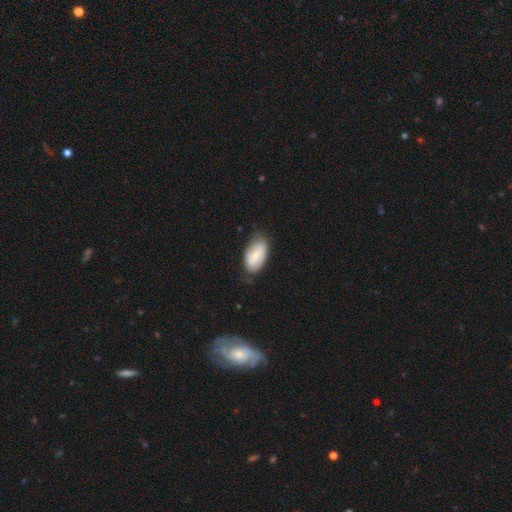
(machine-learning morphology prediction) A smooth galaxy with no disk features (64%) that is in between round and cigar-shaped (94%). Merging: none (67%).